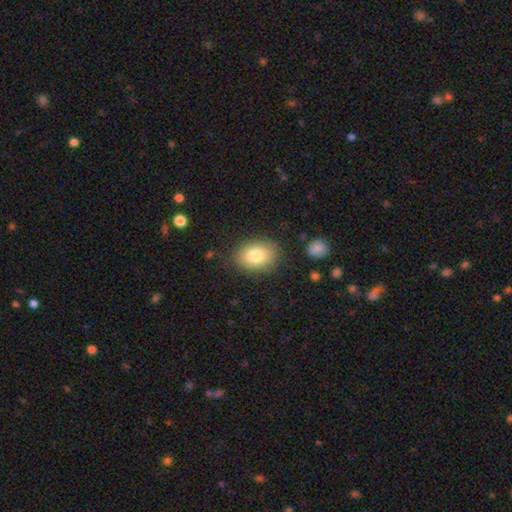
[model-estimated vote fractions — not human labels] The model was most divided on "how rounded": in between: 74%, round: 25%, cigar-shaped: 1%. More confident: merging — none (81%); smooth or featured — smooth (81%).